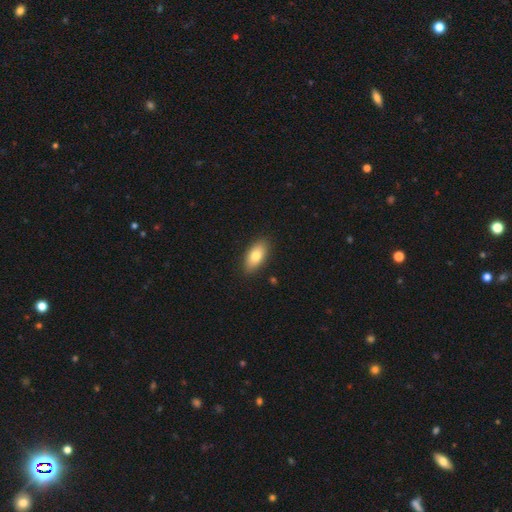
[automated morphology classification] This appears to be a smooth galaxy with no disk features (79%) that is in between round and cigar-shaped (88%). Merging: none (88%).